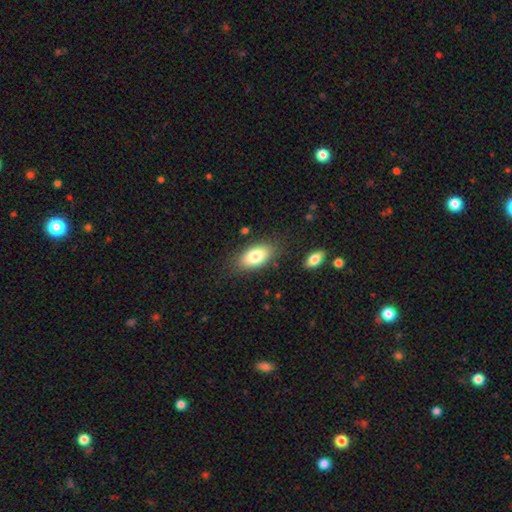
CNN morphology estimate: smooth 80%, featured or disk 12%, star or artifact 8%. Down the decision tree: how rounded — in between (90%); merging — none (83%).